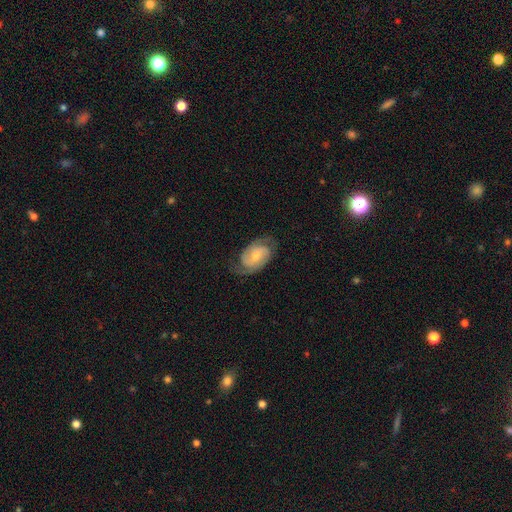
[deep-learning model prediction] A featured or disk galaxy (78%) with no bar (51%), 2 (82%) medium (44%) spiral arms (94%) and a moderate central bulge (47%, tied with small). Merging: none (71%).